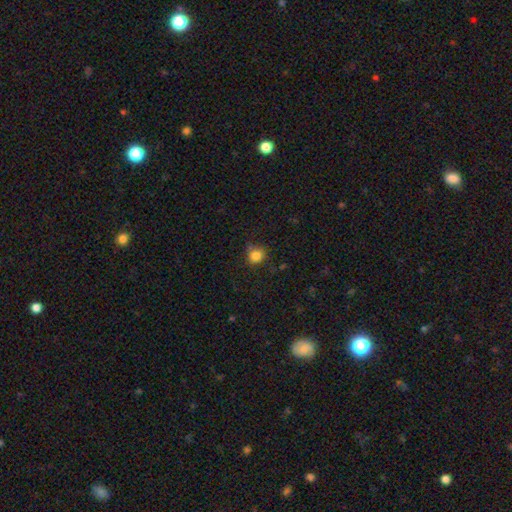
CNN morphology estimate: Smooth or featured: smooth — 83% (star or artifact — 11%)
How rounded: round — 87% (in between — 12%)
Merging: none — 77% (minor disturbance — 16%)